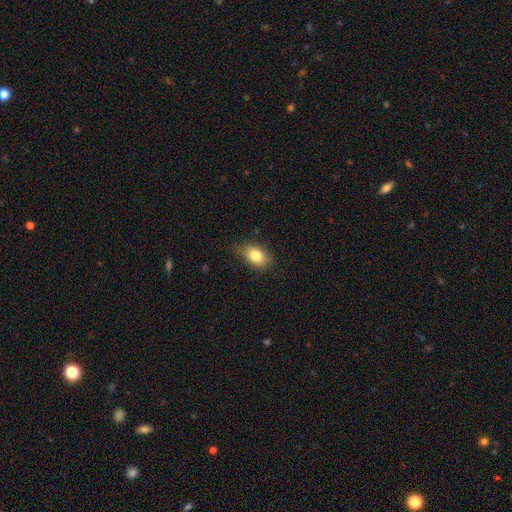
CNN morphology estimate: Smooth or featured?
  - smooth: 82% *
  - featured or disk: 9%
  - star or artifact: 8%
How rounded?
  - in between: 83% *
  - round: 15%
  - cigar-shaped: 2%
Merging?
  - none: 75% *
  - minor disturbance: 20%
  - major disturbance: 4%
  - merger: 1%